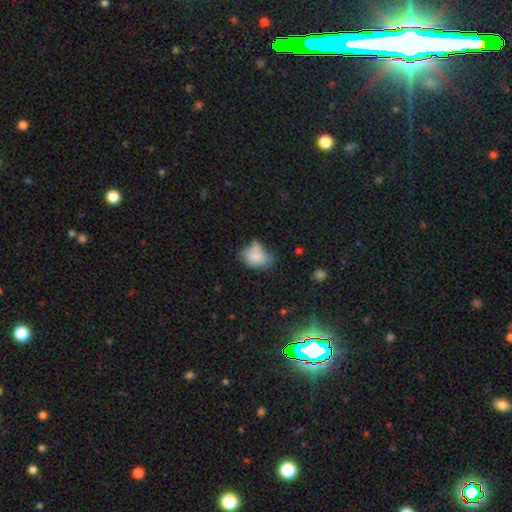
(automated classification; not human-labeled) smooth-or-featured: smooth: 75% | featured or disk: 15% | star or artifact: 10%
  how-rounded: in between: 66% | round: 33% | cigar-shaped: 1%
  merging: minor disturbance: 36% | none: 35% | major disturbance: 18% | merger: 11%